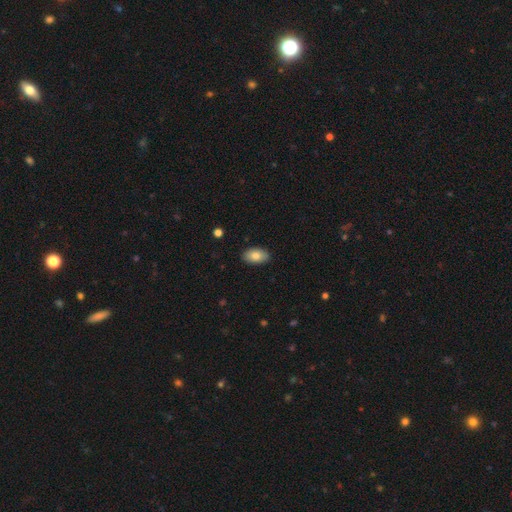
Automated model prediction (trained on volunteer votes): This is clearly a smooth galaxy (82%). How rounded: clearly in between (93%). Merging: clearly none (88%).